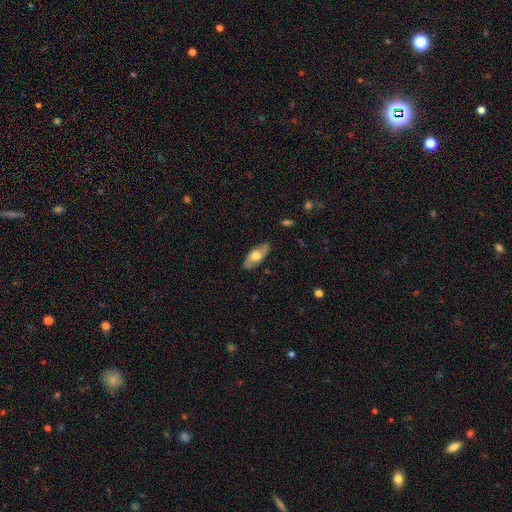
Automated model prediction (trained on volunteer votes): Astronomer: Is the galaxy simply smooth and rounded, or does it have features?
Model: smooth — 51% (runner-up: featured or disk, 44%).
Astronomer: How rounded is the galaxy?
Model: in between — 85%.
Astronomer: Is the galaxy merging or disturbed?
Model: none — 84%.